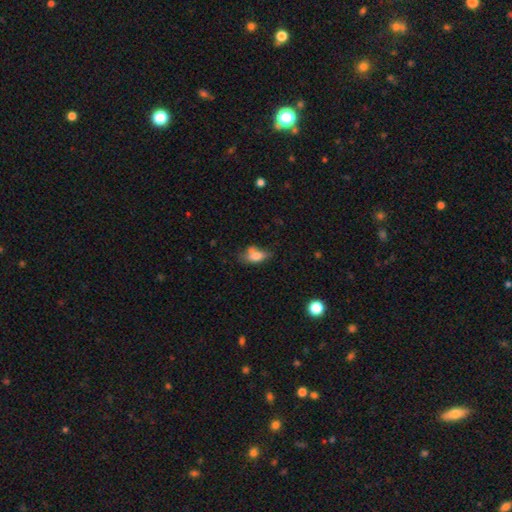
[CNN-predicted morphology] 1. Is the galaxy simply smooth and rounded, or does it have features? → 71% smooth, 19% featured or disk, 10% star or artifact.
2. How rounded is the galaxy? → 84% in between, 9% round, 7% cigar-shaped.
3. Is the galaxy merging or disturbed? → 35% none, 30% minor disturbance, 18% merger, 18% major disturbance.